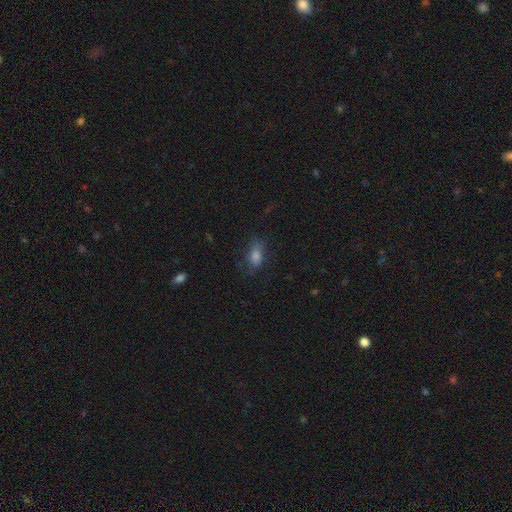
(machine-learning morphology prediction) smooth_or_featured: smooth (p=0.69) [alt: star or artifact p=0.17]
how_rounded: in between (p=0.81) [alt: cigar-shaped p=0.10]
merging: none (p=0.69) [alt: minor disturbance p=0.20]